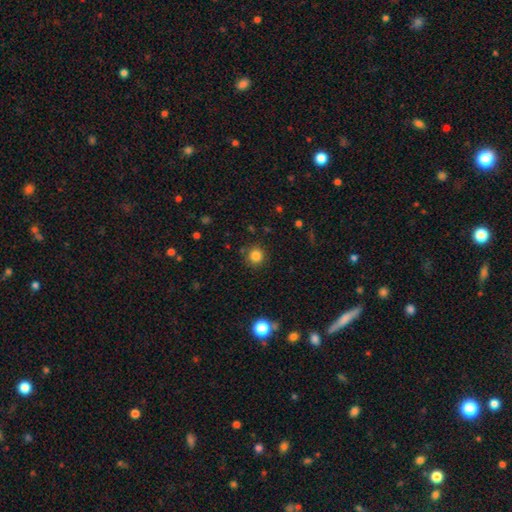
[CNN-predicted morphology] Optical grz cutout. It shows a smooth galaxy with no disk features (83%) that is round (93%). Merging: none (88%).